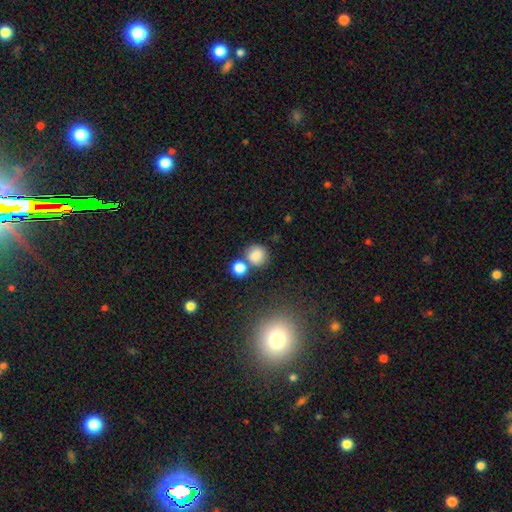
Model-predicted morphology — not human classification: smooth_or_featured: smooth (p=0.82) [alt: star or artifact p=0.11]
how_rounded: round (p=0.86) [alt: in between p=0.13]
merging: none (p=0.62) [alt: merger p=0.23]